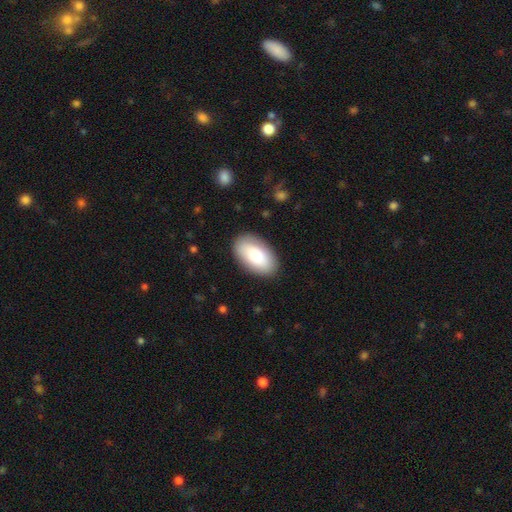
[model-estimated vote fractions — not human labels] smooth 83%, featured or disk 11%, star or artifact 6%. Down the decision tree: how rounded — in between (95%); merging — none (87%).